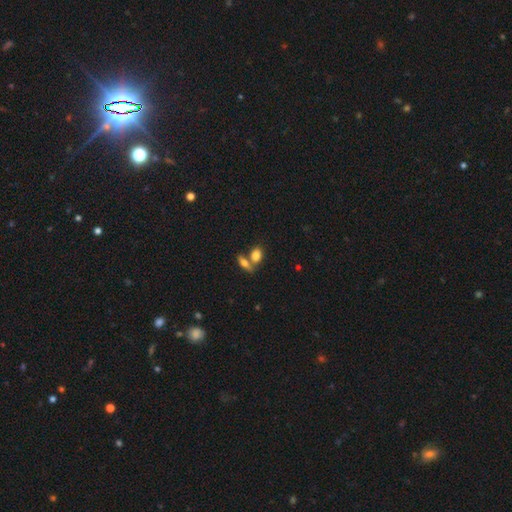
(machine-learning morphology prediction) Smooth or featured? Predicted: smooth (p=0.80). How rounded? Predicted: in between (p=0.77). Merging? Predicted: merger (p=0.44).